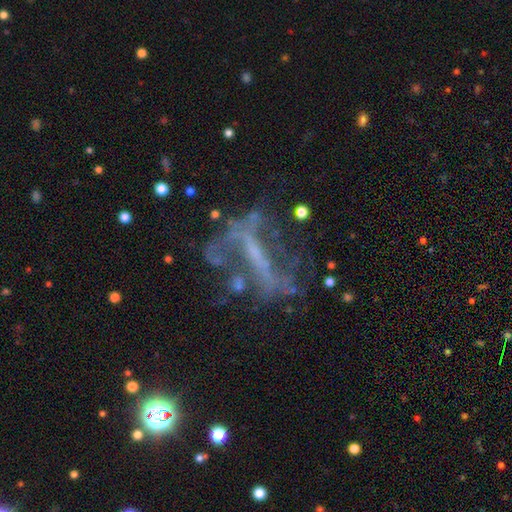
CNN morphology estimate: The model was most divided on "bar": strong: 42%, no: 33%, weak: 25%. Remaining: edge-on disk — no (80%); smooth or featured — featured or disk (66%); spiral arms — no (60%); bulge size — none (50%); merging — none (44%).